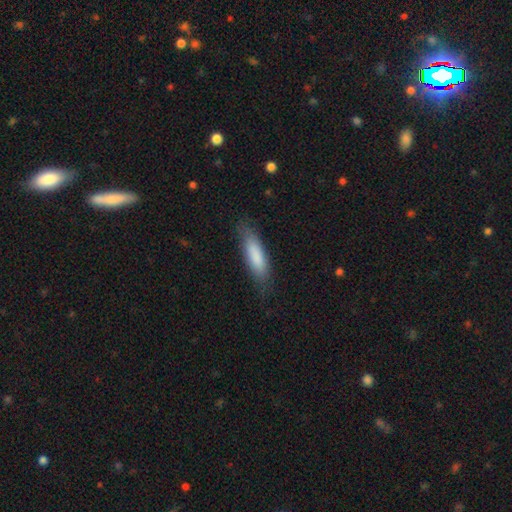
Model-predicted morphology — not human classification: A smooth galaxy with no disk features (83%) that is cigar-shaped (55%). Merging: none (78%).